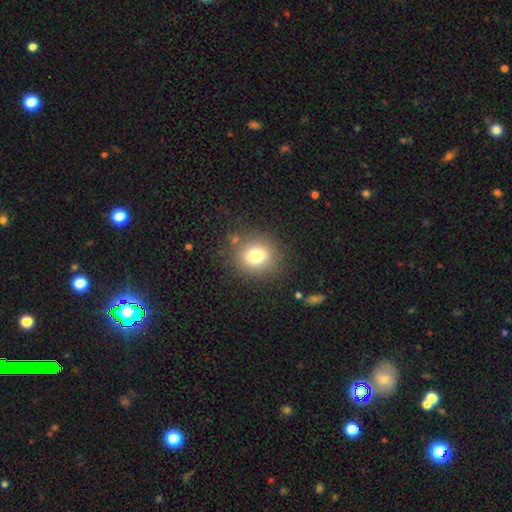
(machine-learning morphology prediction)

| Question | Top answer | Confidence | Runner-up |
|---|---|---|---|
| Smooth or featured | smooth | 77% | star or artifact (13%) |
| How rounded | round | 81% | in between (18%) |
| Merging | none | 84% | minor disturbance (9%) |